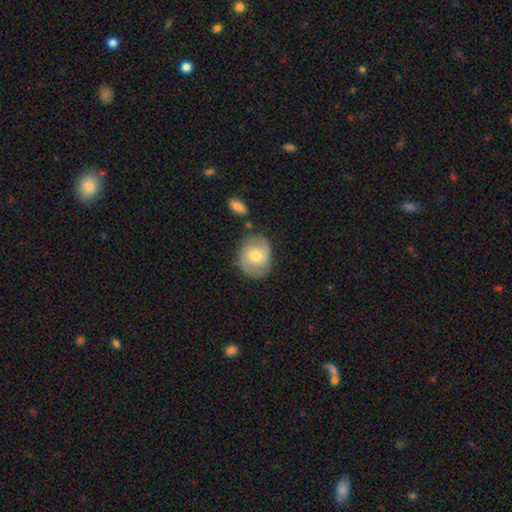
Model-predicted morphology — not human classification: smooth_or_featured: featured or disk (p=0.52) [alt: smooth p=0.41]
disk_edge_on: no (p=0.97) [alt: yes p=0.03]
bar: no (p=0.61) [alt: weak p=0.32]
has_spiral_arms: yes (p=0.80) [alt: no p=0.20]
bulge_size: moderate (p=0.53) [alt: small p=0.40]
merging: none (p=0.71) [alt: minor disturbance p=0.18]